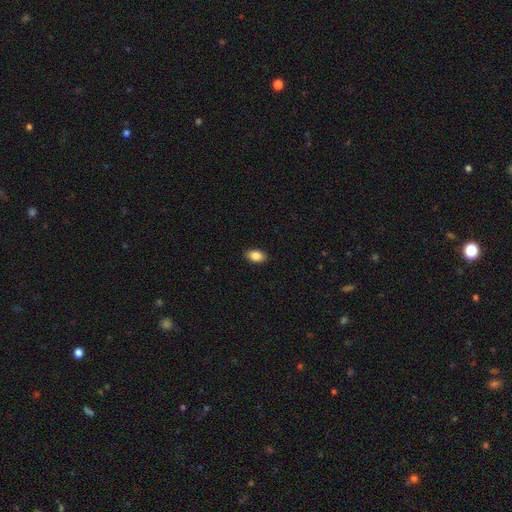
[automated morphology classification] type=smooth (87%); roundness=in between (90%); merging=none (90%).